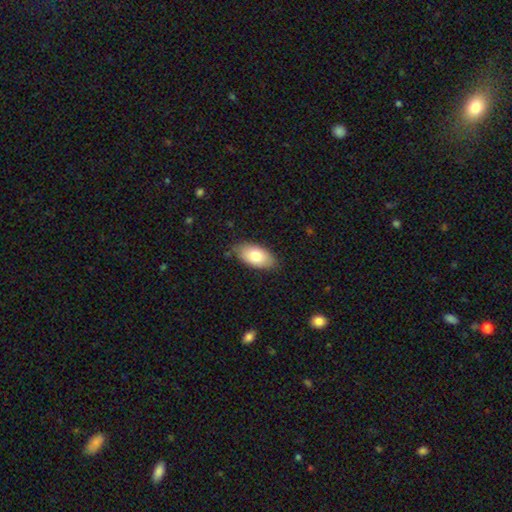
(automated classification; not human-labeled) Q: Smooth or featured?
A: smooth (76%); runner-up: featured or disk (17%)
Q: How rounded?
A: in between (94%); runner-up: round (3%)
Q: Merging?
A: none (79%); runner-up: minor disturbance (17%)